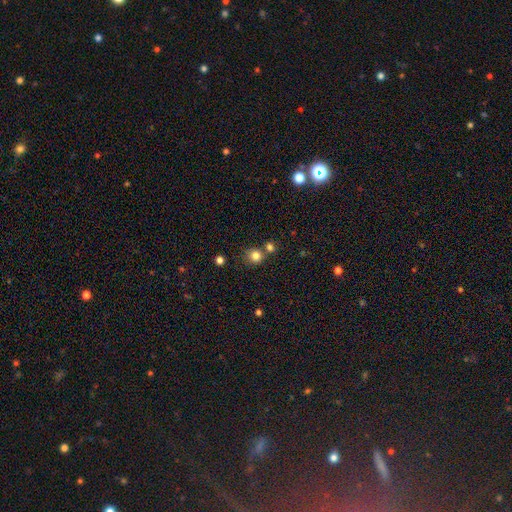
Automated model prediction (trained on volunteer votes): Smooth or featured: smooth — 81% (star or artifact — 13%)
How rounded: round — 87% (in between — 12%)
Merging: none — 65% (merger — 22%)